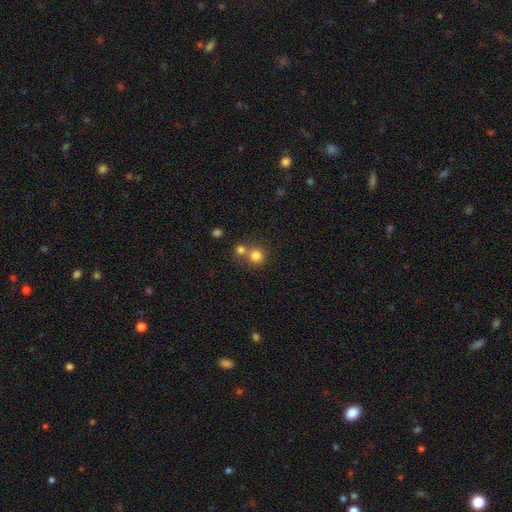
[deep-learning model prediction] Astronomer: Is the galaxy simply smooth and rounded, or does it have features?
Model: smooth — 79%.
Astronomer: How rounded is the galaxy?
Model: round — 91%.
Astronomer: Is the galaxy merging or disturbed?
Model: none — 55% (runner-up: merger, 36%).